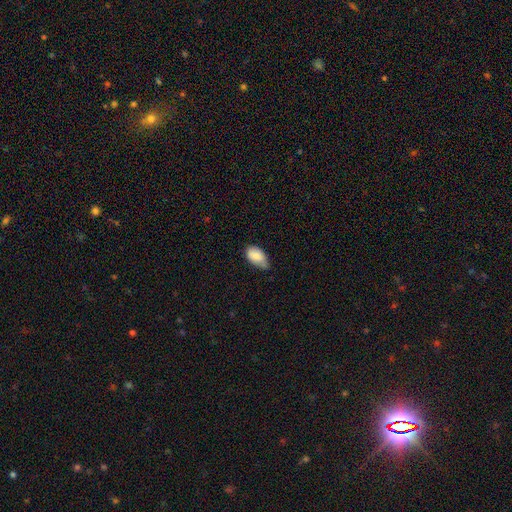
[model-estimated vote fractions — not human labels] The model was most divided on "merging": minor disturbance: 46%, none: 44%, major disturbance: 8%, merger: 2%. More confident: how rounded — in between (94%); smooth or featured — smooth (86%).